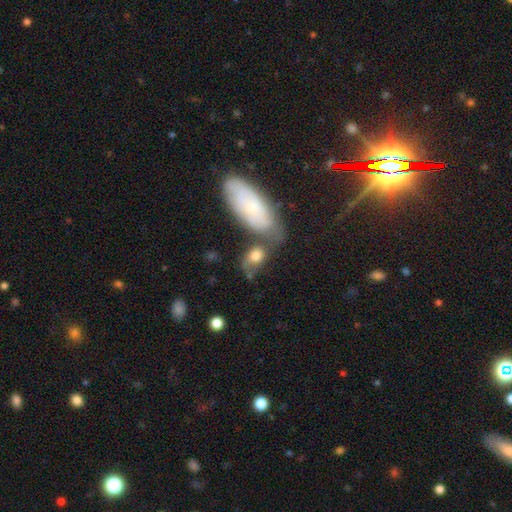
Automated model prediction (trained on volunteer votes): Smooth or featured: smooth — 68% (featured or disk — 24%)
How rounded: in between — 74% (round — 23%)
Merging: none — 40% (merger — 29%)